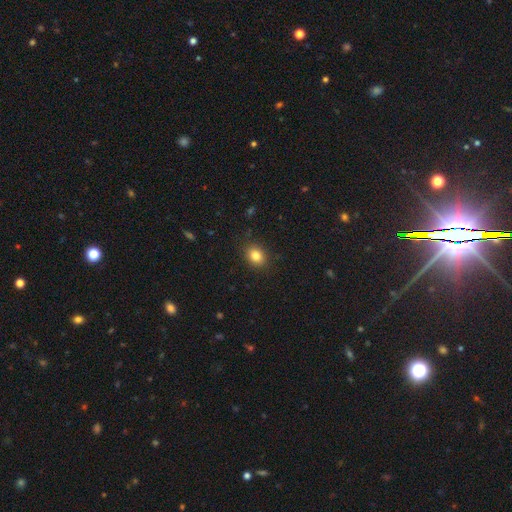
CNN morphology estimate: Smooth or featured: smooth — 83% (star or artifact — 11%)
How rounded: in between — 55% (round — 44%)
Merging: none — 87% (minor disturbance — 9%)